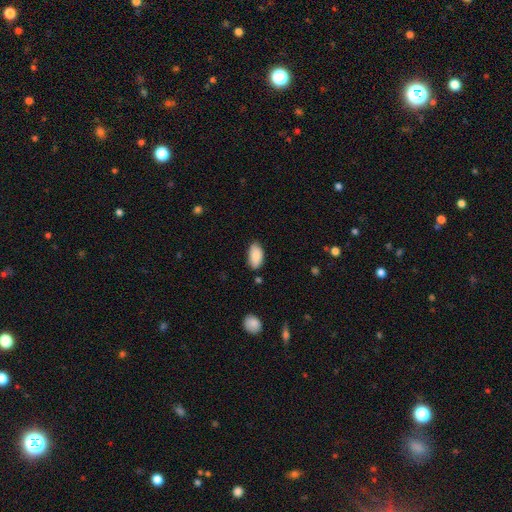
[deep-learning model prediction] Smooth or featured? smooth (87%)
How rounded? in between (94%)
Merging? none (80%)